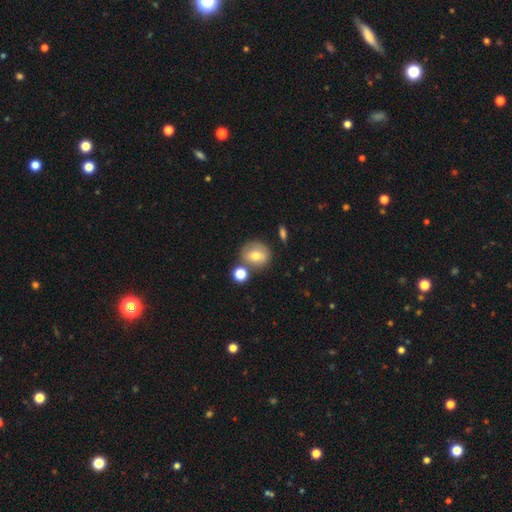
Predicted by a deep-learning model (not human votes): Smooth or featured? smooth (67%)
How rounded? round (79%)
Merging? none (65%)